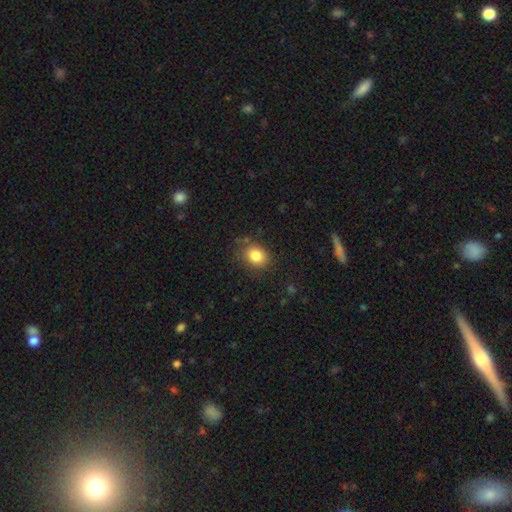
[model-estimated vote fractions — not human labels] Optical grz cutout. It shows a smooth galaxy with no disk features (83%) that is round (50%). Merging: none (75%).